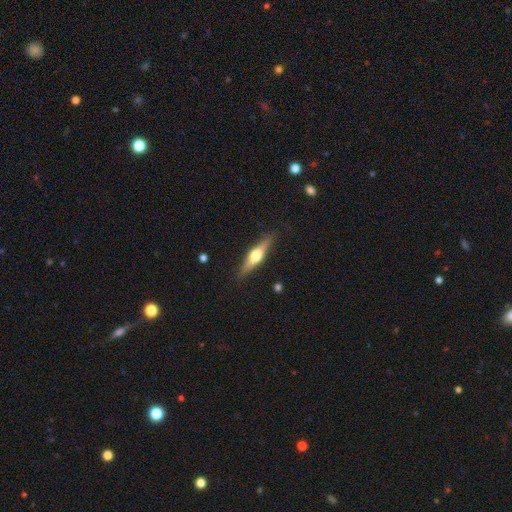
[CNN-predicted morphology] Overall: featured or disk (60%; smooth 34%). Edge-on disk: yes (95%). Edge-on bulge: rounded (94%). Merging: none (87%).